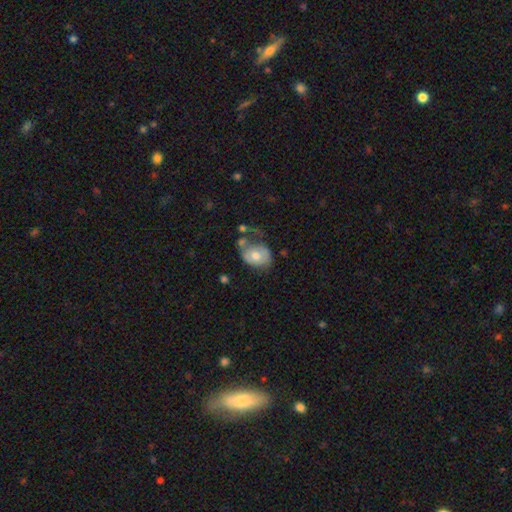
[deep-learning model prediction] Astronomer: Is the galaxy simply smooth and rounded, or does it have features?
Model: smooth — 58% (runner-up: featured or disk, 35%).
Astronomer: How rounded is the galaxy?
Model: in between — 71%.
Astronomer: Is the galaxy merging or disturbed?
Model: none — 33% (runner-up: minor disturbance, 27%).